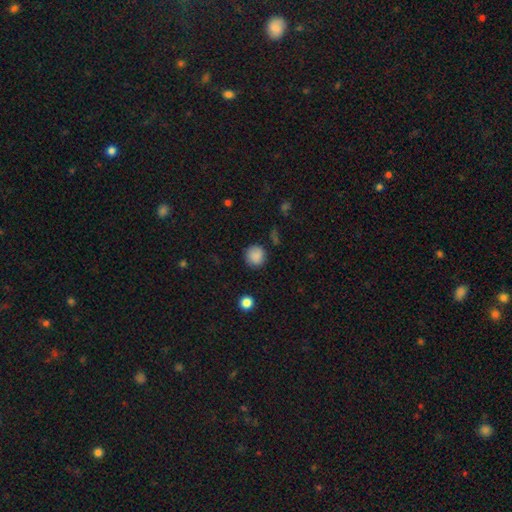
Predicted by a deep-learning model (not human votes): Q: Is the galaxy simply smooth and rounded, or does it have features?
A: smooth — 86%.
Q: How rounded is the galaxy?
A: round — 91%.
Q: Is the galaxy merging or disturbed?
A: none — 85%.